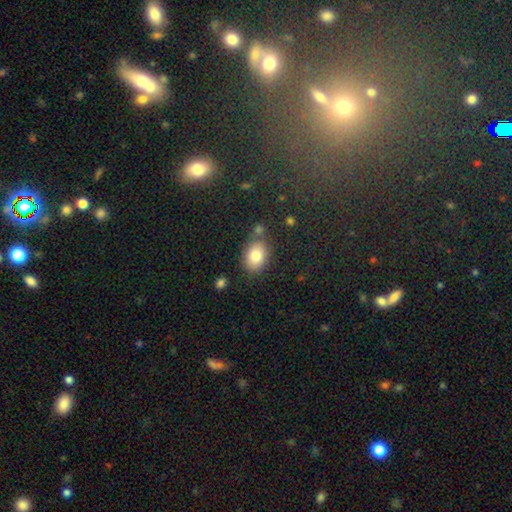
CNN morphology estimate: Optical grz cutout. It shows a smooth galaxy with no disk features (81%) that is in between round and cigar-shaped (74%). Merging: none (73%).